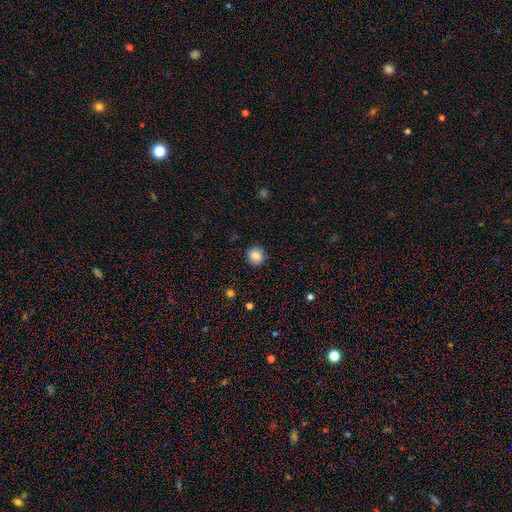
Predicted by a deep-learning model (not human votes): smooth_or_featured: smooth (p=0.83) [alt: star or artifact p=0.10]
how_rounded: round (p=0.86) [alt: in between p=0.13]
merging: none (p=0.88) [alt: minor disturbance p=0.09]